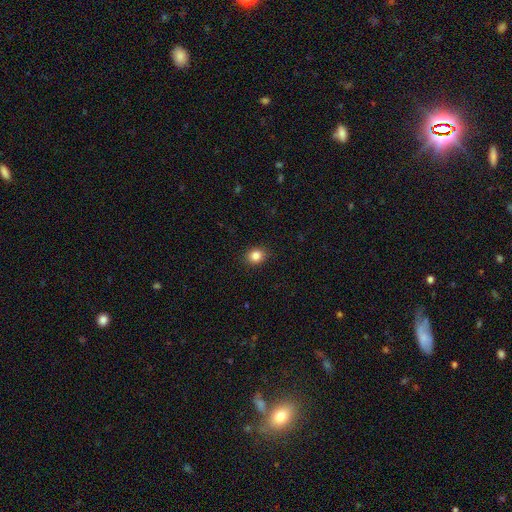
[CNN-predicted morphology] A smooth galaxy with no disk features (85%) that is round (62%). Merging: none (90%).